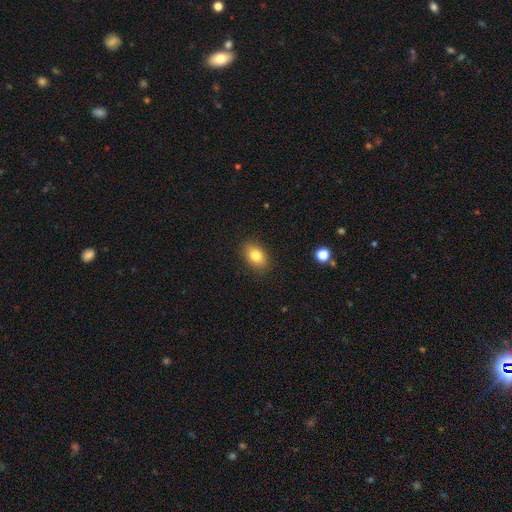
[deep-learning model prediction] Overall: smooth (81%). How rounded: in between (84%). Merging: none (87%).